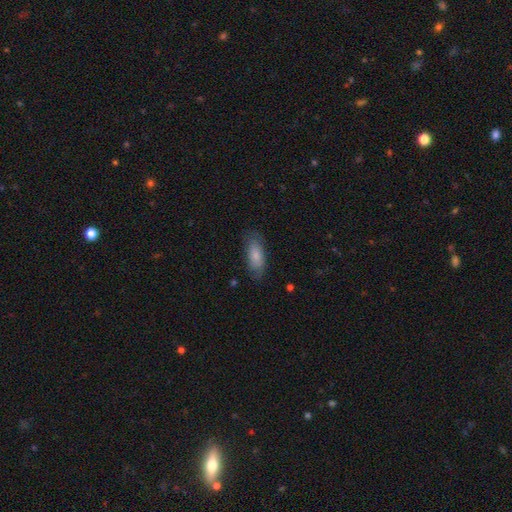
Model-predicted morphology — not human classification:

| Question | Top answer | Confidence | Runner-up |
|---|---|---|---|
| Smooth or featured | smooth | 78% | featured or disk (16%) |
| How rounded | in between | 80% | cigar-shaped (17%) |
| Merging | none | 73% | minor disturbance (20%) |